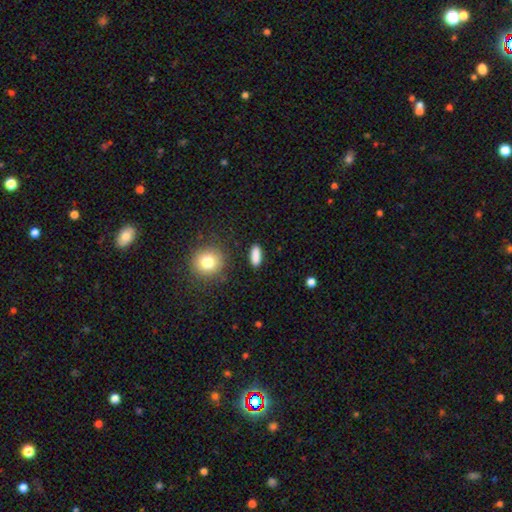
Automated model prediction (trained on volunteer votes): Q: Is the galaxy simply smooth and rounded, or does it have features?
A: smooth — 87%.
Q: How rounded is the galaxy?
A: in between — 55%.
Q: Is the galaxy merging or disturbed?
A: none — 87%.